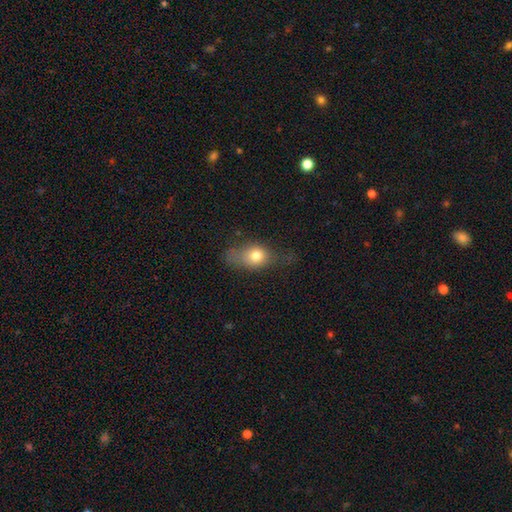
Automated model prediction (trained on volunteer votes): Overall: smooth (73%). How rounded: in between (63%; round 32%). Merging: none (42%; minor disturbance 31%).